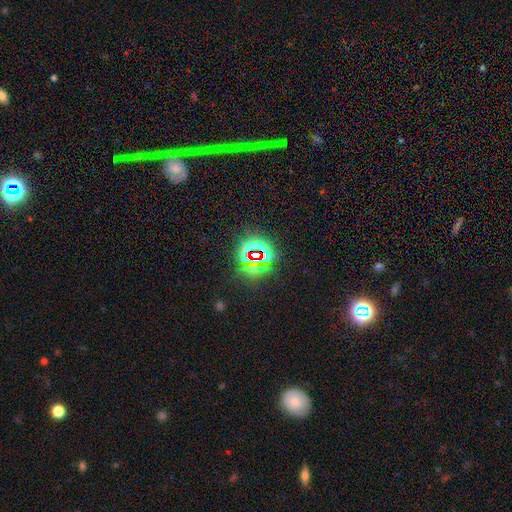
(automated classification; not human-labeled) Smooth or featured?
  - star or artifact: 78% *
  - smooth: 14%
  - featured or disk: 8%